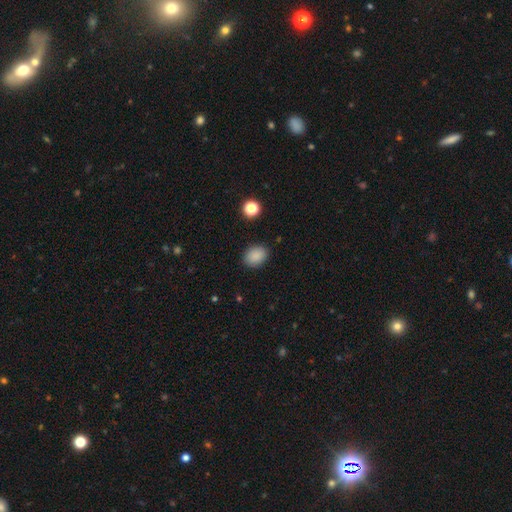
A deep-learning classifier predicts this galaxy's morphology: This is clearly a smooth galaxy (87%). How rounded: likely in between (73%). Merging: clearly none (87%).